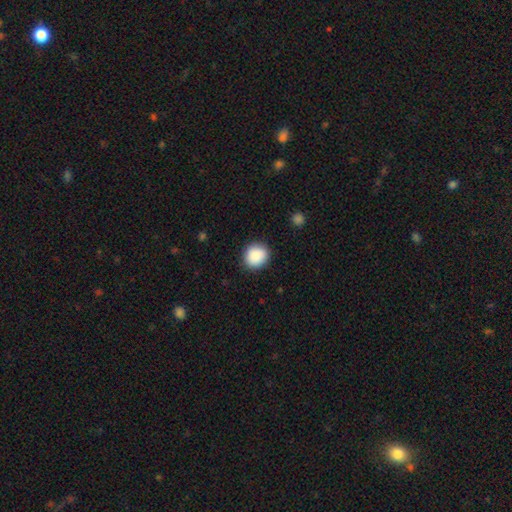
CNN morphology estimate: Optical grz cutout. It shows a smooth galaxy with no disk features (89%) that is round (81%). Merging: none (89%).